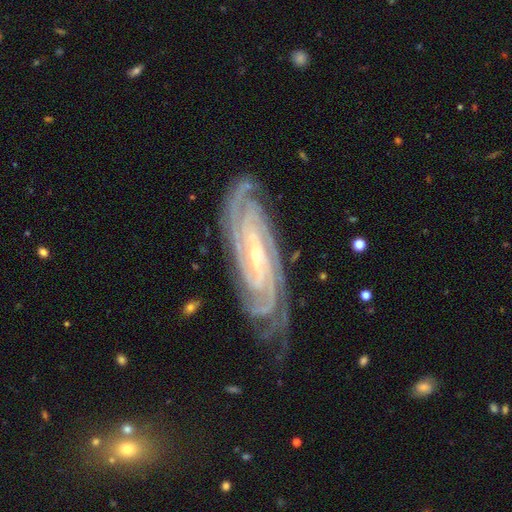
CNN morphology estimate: Smooth or featured?
  - featured or disk: 93% *
  - star or artifact: 5%
  - smooth: 3%
Edge-on disk?
  - no: 94% *
  - yes: 6%
Bar?
  - no: 35% *
  - weak: 33%
  - strong: 32%
Spiral arms?
  - yes: 99% *
  - no: 1%
Spiral winding?
  - tight: 82% *
  - medium: 15%
  - loose: 2%
Spiral arm count?
  - 4: 33% *
  - 3: 19%
  - more than 4: 16%
  - can't tell: 14%
  - 2: 12%
  - 1: 7%
Bulge size?
  - small: 73% *
  - moderate: 24%
  - none: 1%
  - large: 1%
  - dominant: 1%
Merging?
  - none: 77% *
  - minor disturbance: 17%
  - major disturbance: 5%
  - merger: 1%